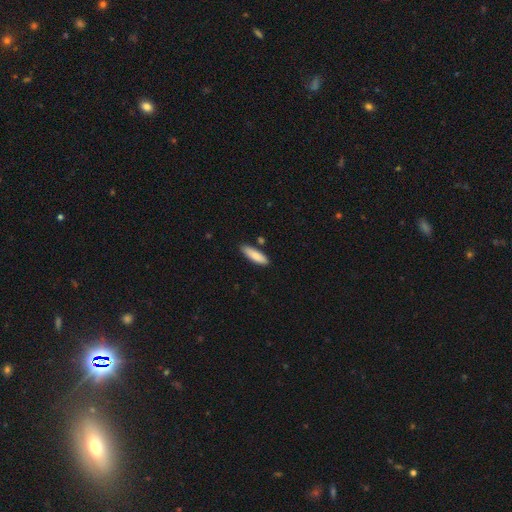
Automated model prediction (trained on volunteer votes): Q: Smooth or featured?
A: smooth (85%); runner-up: featured or disk (10%)
Q: How rounded?
A: cigar-shaped (61%); runner-up: in between (38%)
Q: Merging?
A: none (83%); runner-up: minor disturbance (11%)